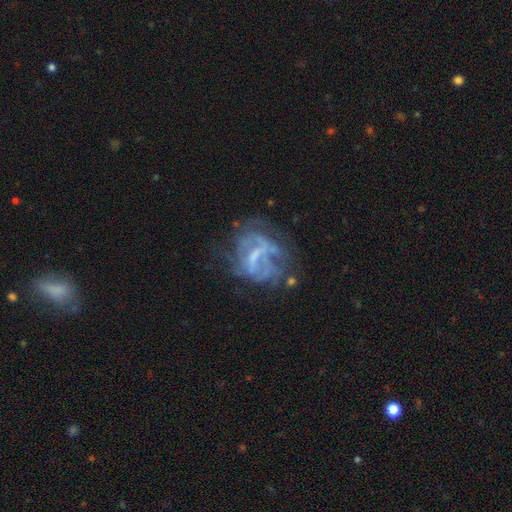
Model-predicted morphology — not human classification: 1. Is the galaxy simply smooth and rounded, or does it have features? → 72% featured or disk, 15% smooth, 13% star or artifact.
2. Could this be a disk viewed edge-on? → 97% no, 3% yes.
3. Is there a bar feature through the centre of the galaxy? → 44% weak, 33% no, 23% strong.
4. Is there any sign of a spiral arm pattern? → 52% no, 48% yes.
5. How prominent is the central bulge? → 40% none, 36% small, 20% moderate, 2% large, 1% dominant.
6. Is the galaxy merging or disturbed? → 42% none, 32% major disturbance, 19% minor disturbance, 7% merger.